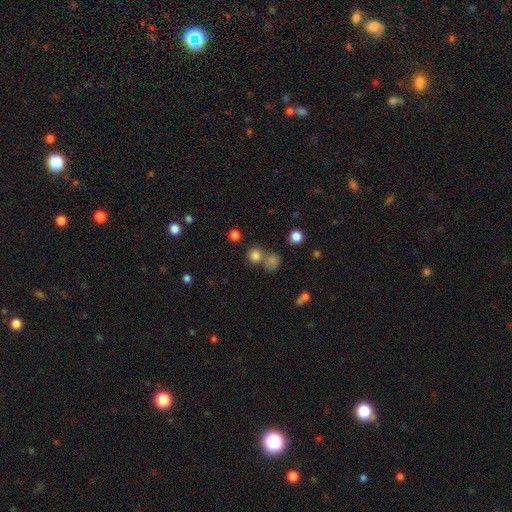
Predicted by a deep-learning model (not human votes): smooth_or_featured: smooth (p=0.78) [alt: star or artifact p=0.16]
how_rounded: round (p=0.88) [alt: in between p=0.11]
merging: none (p=0.60) [alt: merger p=0.29]